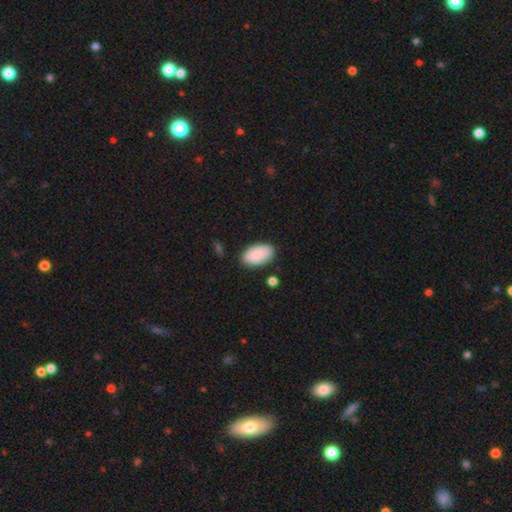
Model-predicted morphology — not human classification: type=smooth (88%); roundness=in between (95%); merging=none (81%).